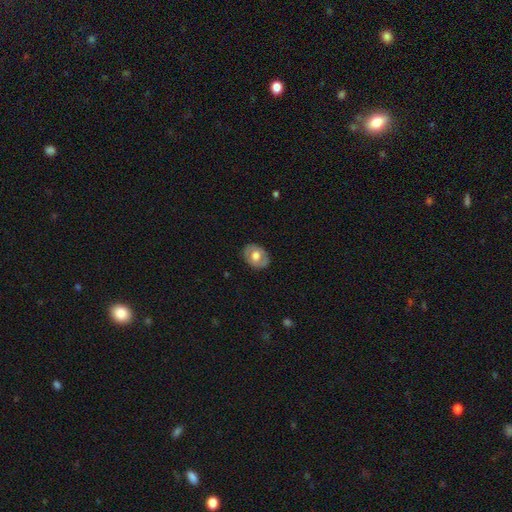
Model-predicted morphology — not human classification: Smooth or featured: smooth — 55% (featured or disk — 39%)
How rounded: in between — 65% (round — 34%)
Merging: none — 83% (minor disturbance — 13%)